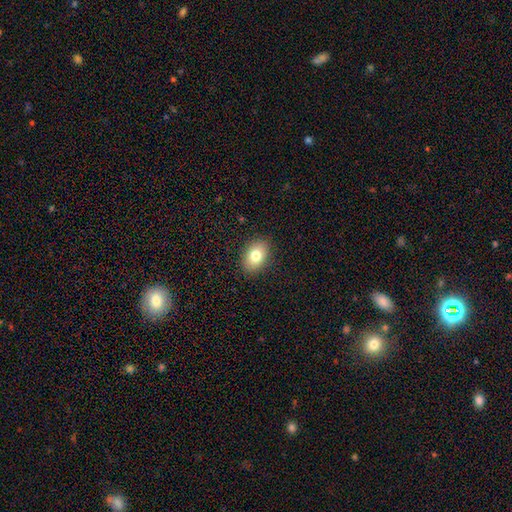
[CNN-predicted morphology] This is likely a smooth galaxy (79%). How rounded: clearly in between (82%). Merging: clearly none (89%).